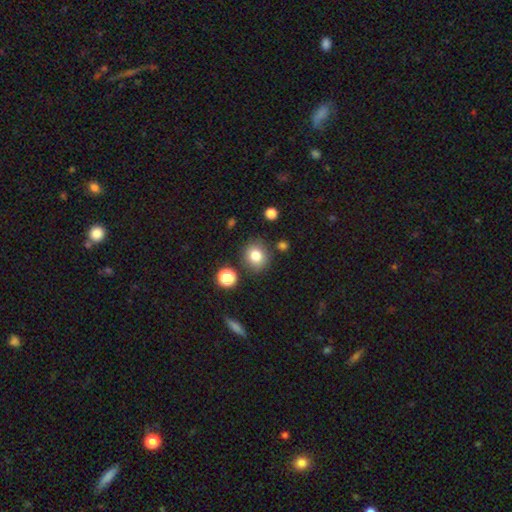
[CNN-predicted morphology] smooth_or_featured: smooth (p=0.80) [alt: star or artifact p=0.12]
how_rounded: round (p=0.83) [alt: in between p=0.16]
merging: none (p=0.82) [alt: minor disturbance p=0.10]